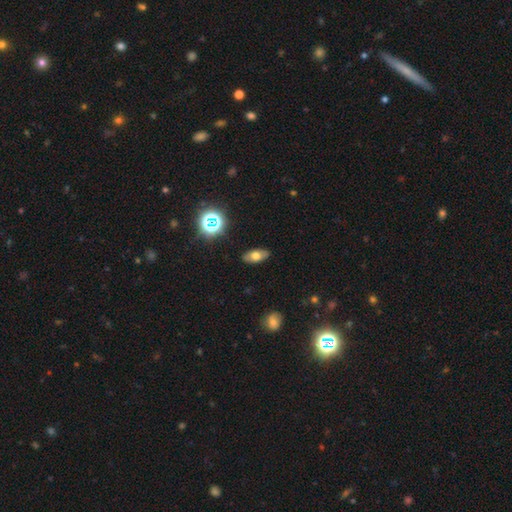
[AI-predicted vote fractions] Overall: smooth (61%; featured or disk 25%). How rounded: in between (87%). Merging: none (86%).